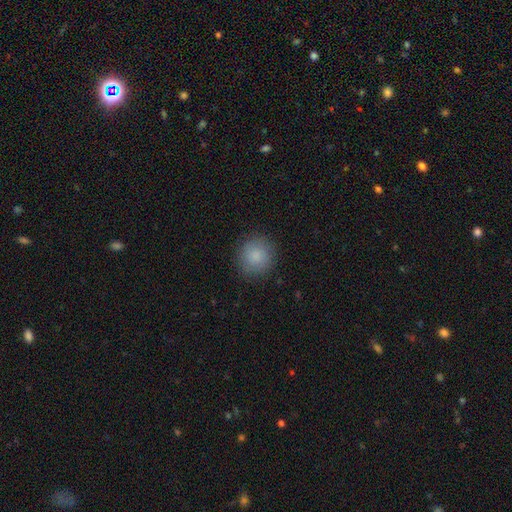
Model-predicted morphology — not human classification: Q: Smooth or featured?
A: smooth (86%); runner-up: star or artifact (8%)
Q: How rounded?
A: round (92%); runner-up: in between (7%)
Q: Merging?
A: none (87%); runner-up: minor disturbance (9%)